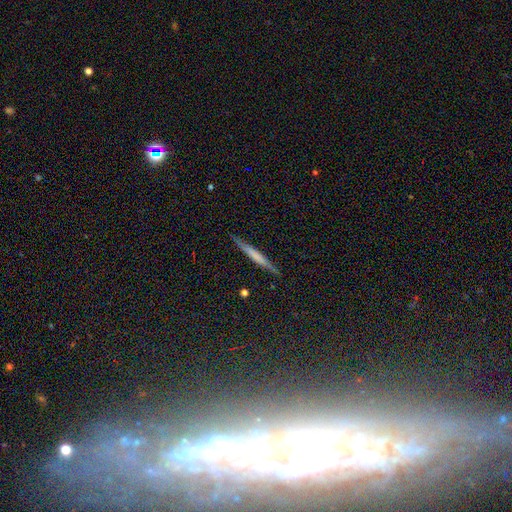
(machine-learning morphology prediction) This appears to be a smooth galaxy with no disk features (47%). Merging: none (87%).